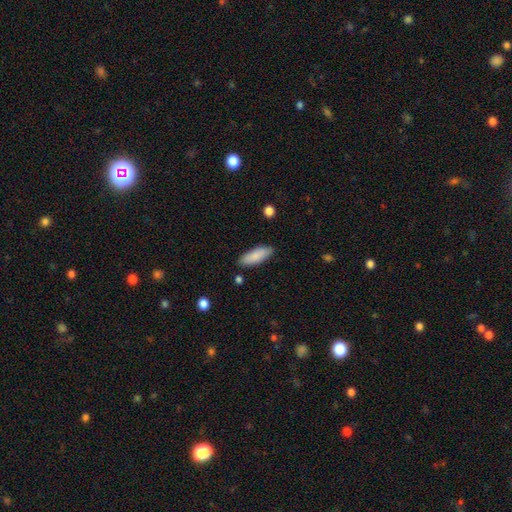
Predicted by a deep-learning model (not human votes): Smooth or featured? Predicted: smooth (p=0.86). How rounded? Predicted: in between (p=0.66). Merging? Predicted: none (p=0.85).